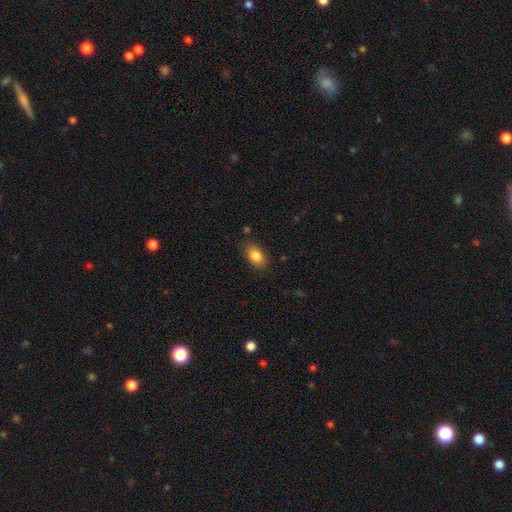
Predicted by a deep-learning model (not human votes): The model was most divided on "merging": none: 83%, minor disturbance: 12%, major disturbance: 3%, merger: 2%. More confident: how rounded — in between (90%); smooth or featured — smooth (86%).